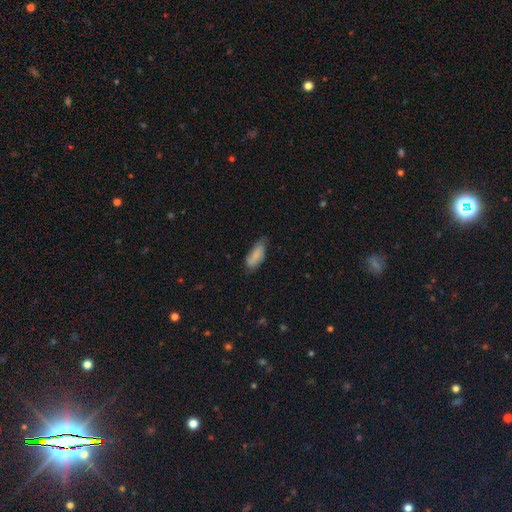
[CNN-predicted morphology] Smooth or featured? smooth (77%)
How rounded? in between (81%)
Merging? none (60%)